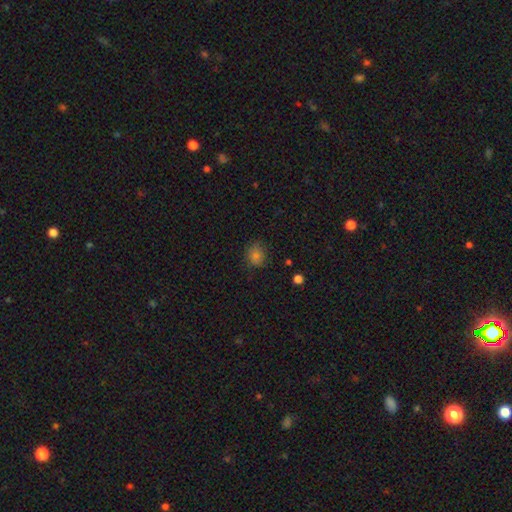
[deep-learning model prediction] Smooth or featured?
  - smooth: 77% *
  - star or artifact: 17%
  - featured or disk: 7%
How rounded?
  - round: 70% *
  - in between: 29%
  - cigar-shaped: 1%
Merging?
  - none: 79% *
  - minor disturbance: 16%
  - major disturbance: 4%
  - merger: 1%